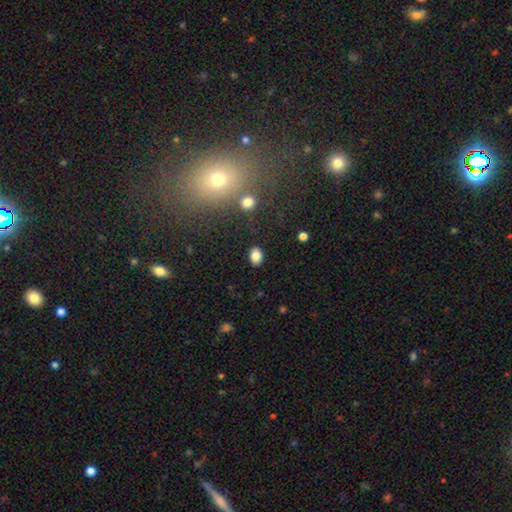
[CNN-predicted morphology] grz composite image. It shows a smooth galaxy with no disk features (83%) that is in between round and cigar-shaped (76%). Merging: none (86%).